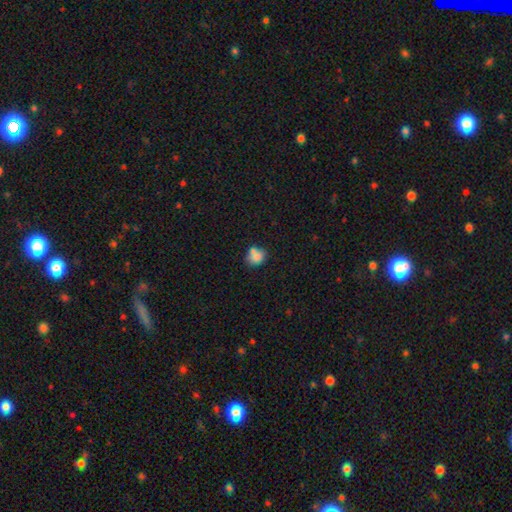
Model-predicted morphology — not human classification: This is likely a smooth galaxy (80%). How rounded: likely round (66%). Merging: possibly none (49%).